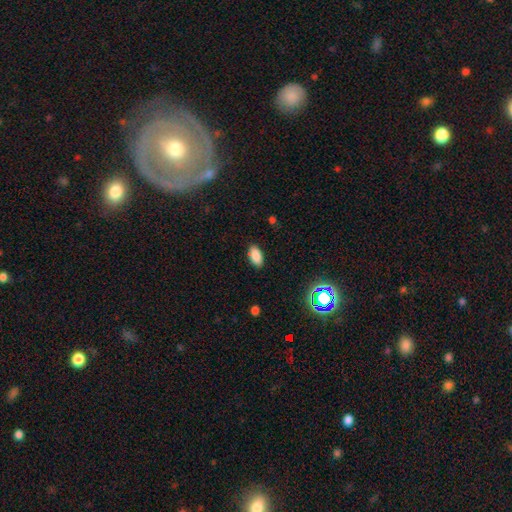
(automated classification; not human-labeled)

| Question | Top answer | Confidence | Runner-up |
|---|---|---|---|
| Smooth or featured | smooth | 85% | star or artifact (10%) |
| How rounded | in between | 92% | cigar-shaped (5%) |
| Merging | none | 87% | minor disturbance (10%) |